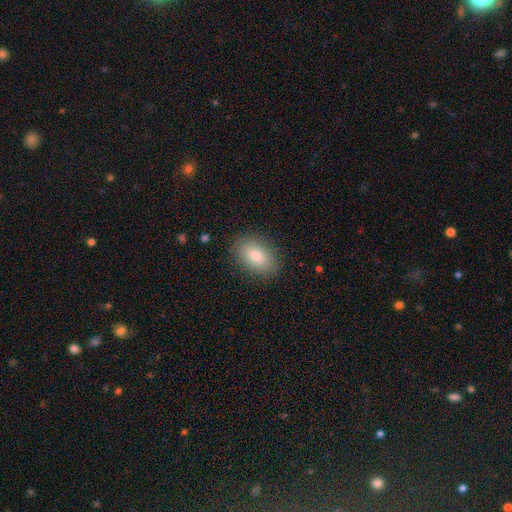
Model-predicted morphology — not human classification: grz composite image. It shows a smooth galaxy with no disk features (83%) that is in between round and cigar-shaped (87%). Merging: none (88%).